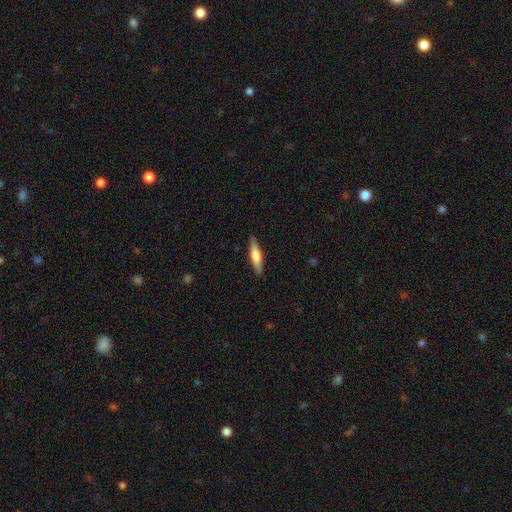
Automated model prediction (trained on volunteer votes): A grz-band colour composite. It shows a smooth galaxy with no disk features (50%) that is cigar-shaped (81%). Merging: none (90%).